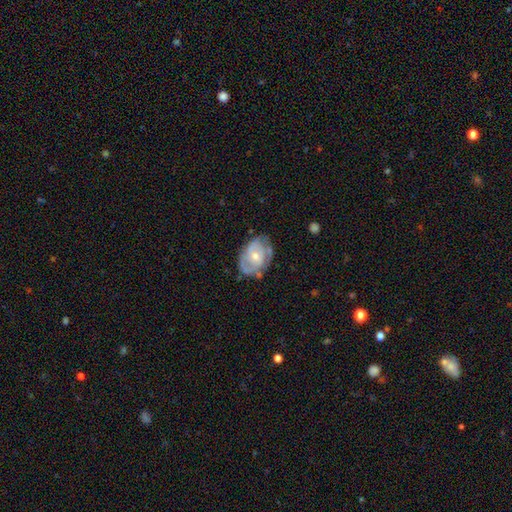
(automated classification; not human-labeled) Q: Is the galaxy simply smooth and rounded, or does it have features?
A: featured or disk — 69%.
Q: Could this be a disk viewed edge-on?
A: no — 96%.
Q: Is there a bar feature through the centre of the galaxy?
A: no — 72%.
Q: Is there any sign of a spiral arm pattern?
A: yes — 74%.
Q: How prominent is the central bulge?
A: small — 50%.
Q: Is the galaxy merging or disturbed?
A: none — 65%.